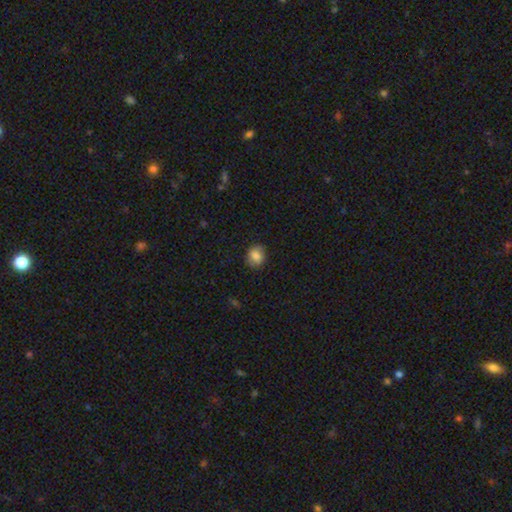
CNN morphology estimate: This appears to be a smooth galaxy with no disk features (82%) that is round (64%). Merging: none (82%).